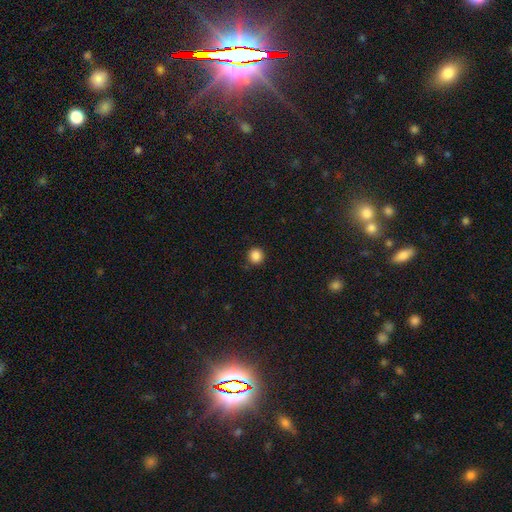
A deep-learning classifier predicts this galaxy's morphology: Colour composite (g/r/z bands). It shows a smooth galaxy with no disk features (86%) that is round (94%). Merging: none (88%).